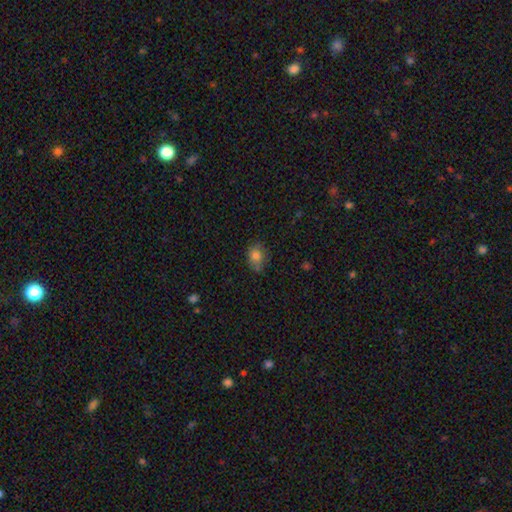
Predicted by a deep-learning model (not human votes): smooth_or_featured: smooth (p=0.81) [alt: star or artifact p=0.10]
how_rounded: in between (p=0.56) [alt: round p=0.43]
merging: none (p=0.66) [alt: minor disturbance p=0.25]